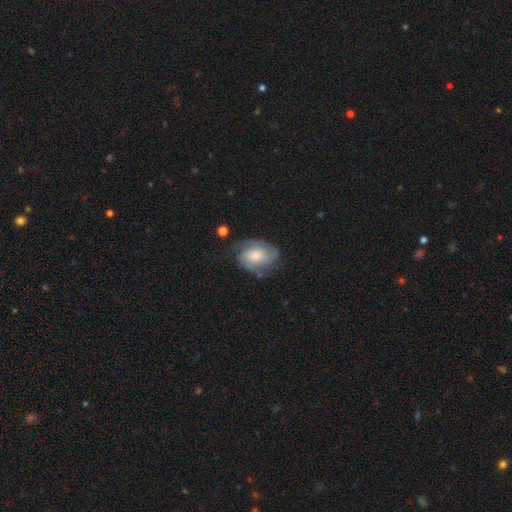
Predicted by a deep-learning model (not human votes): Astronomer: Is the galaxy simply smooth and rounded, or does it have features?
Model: featured or disk — 72%.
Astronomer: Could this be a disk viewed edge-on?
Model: no — 97%.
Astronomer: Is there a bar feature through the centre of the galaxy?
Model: no — 68%.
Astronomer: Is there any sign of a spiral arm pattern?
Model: yes — 92%.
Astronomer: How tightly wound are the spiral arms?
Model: tight — 45% (runner-up: medium, 41%).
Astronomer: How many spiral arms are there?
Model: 2 — 67%.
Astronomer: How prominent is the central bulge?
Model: moderate — 40% (runner-up: small, 34%).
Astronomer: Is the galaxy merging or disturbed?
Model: none — 63%.